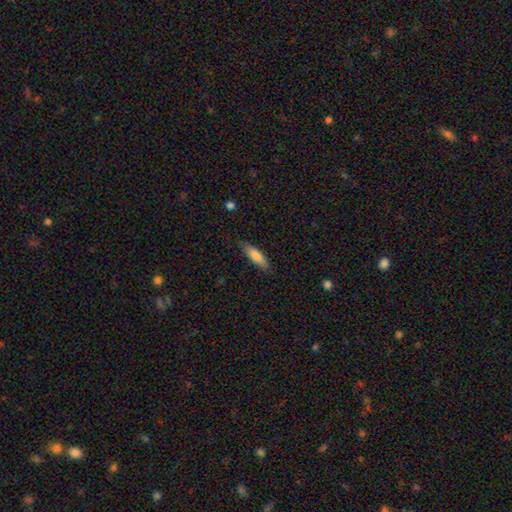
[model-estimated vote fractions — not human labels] smooth-or-featured: smooth: 82% | featured or disk: 13% | star or artifact: 6%
  how-rounded: cigar-shaped: 59% | in between: 40% | round: 1%
  merging: none: 85% | minor disturbance: 12% | major disturbance: 2% | merger: 1%